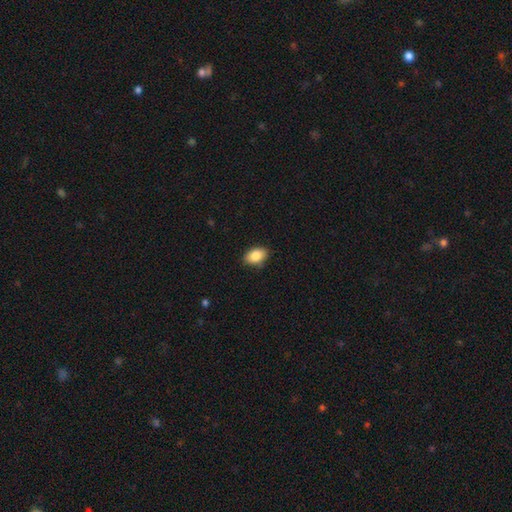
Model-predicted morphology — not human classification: Smooth or featured? smooth (86%)
How rounded? in between (88%)
Merging? none (84%)